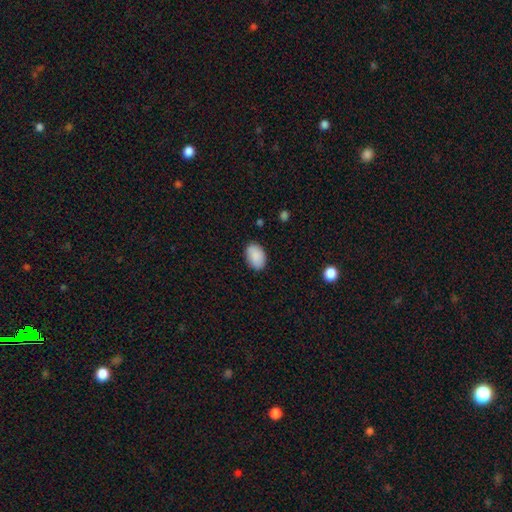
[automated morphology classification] This is clearly a smooth galaxy (89%). How rounded: clearly in between (89%). Merging: clearly none (86%).